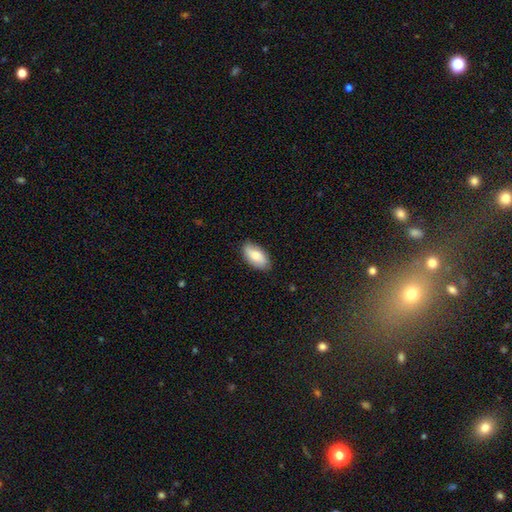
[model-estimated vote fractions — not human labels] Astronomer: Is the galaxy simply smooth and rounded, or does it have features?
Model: smooth — 78%.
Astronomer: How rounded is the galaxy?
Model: in between — 93%.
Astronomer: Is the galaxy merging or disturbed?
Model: none — 83%.